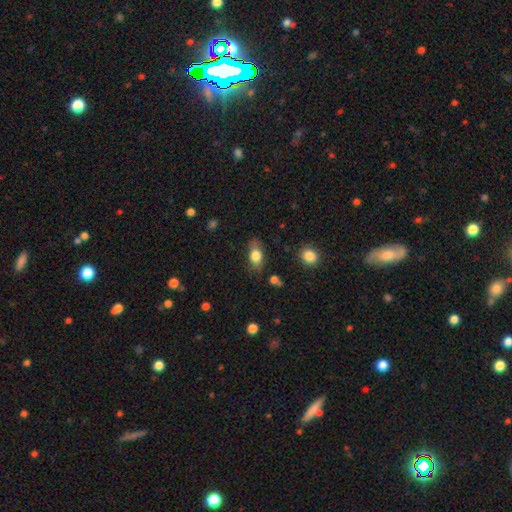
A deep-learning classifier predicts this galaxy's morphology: smooth-or-featured: smooth: 77% | featured or disk: 16% | star or artifact: 8%
  how-rounded: in between: 83% | round: 11% | cigar-shaped: 6%
  merging: none: 77% | minor disturbance: 16% | major disturbance: 4% | merger: 2%